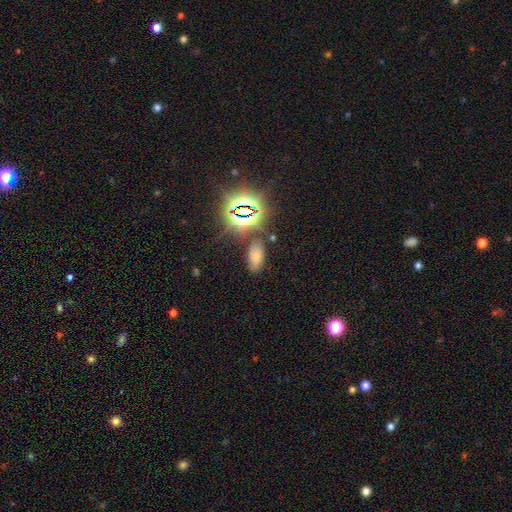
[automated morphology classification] smooth_or_featured: smooth (p=0.58) [alt: star or artifact p=0.31]
how_rounded: in between (p=0.92) [alt: round p=0.05]
merging: none (p=0.77) [alt: minor disturbance p=0.13]